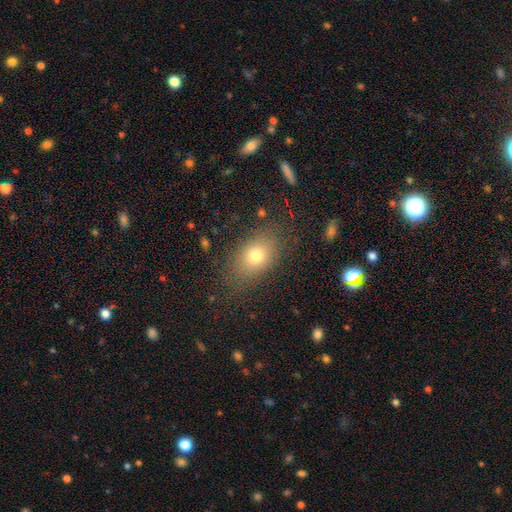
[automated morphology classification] The model was most divided on "how rounded": in between: 79%, round: 19%, cigar-shaped: 2%. More confident: merging — none (80%); smooth or featured — smooth (75%).